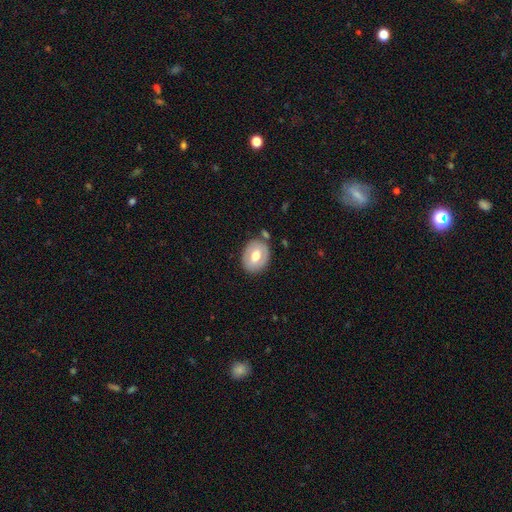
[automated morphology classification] Smooth or featured? Predicted: smooth (p=0.53). How rounded? Predicted: in between (p=0.64). Merging? Predicted: none (p=0.76).